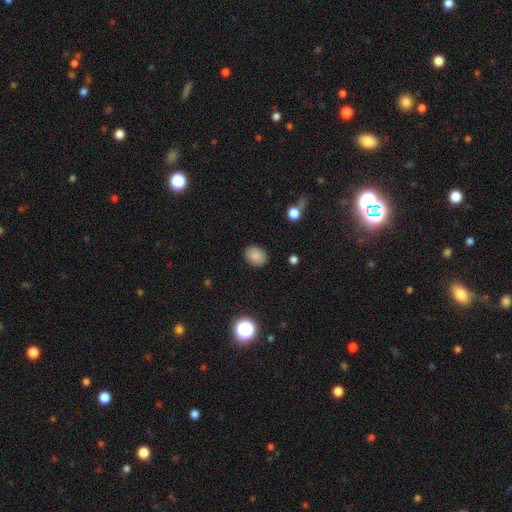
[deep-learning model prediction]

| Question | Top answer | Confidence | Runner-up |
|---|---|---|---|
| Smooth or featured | smooth | 85% | star or artifact (10%) |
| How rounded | in between | 62% | round (37%) |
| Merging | none | 87% | minor disturbance (9%) |